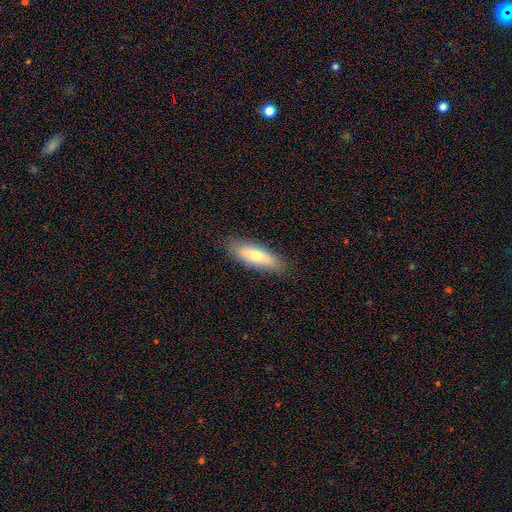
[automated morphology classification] This appears to be a smooth galaxy with no disk features (69%) that is in between round and cigar-shaped (54%). Merging: none (87%).